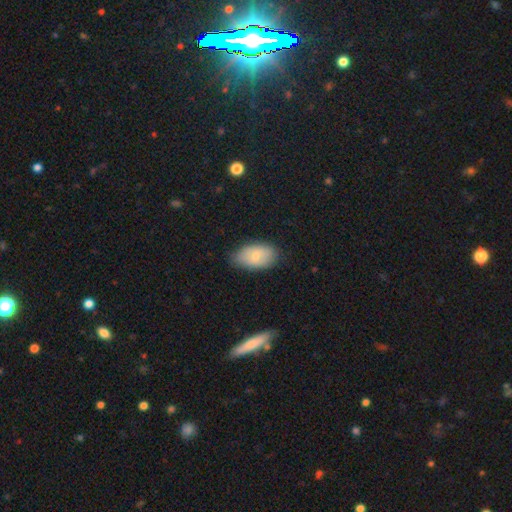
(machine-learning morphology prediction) smooth 75%, featured or disk 18%, star or artifact 7%. Down the decision tree: how rounded — in between (93%); merging — none (77%).